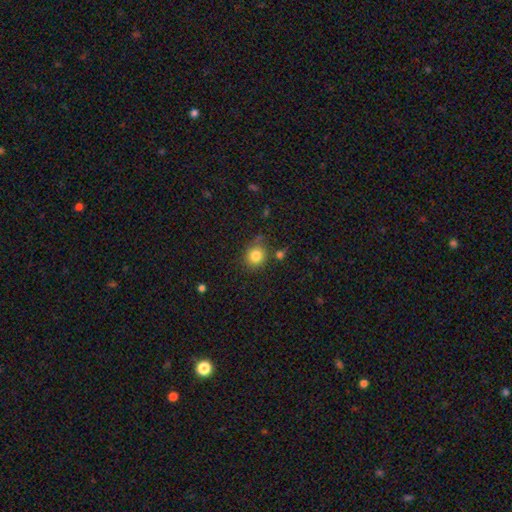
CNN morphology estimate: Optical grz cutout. It shows a smooth galaxy with no disk features (82%) that is round (83%). Merging: none (72%).